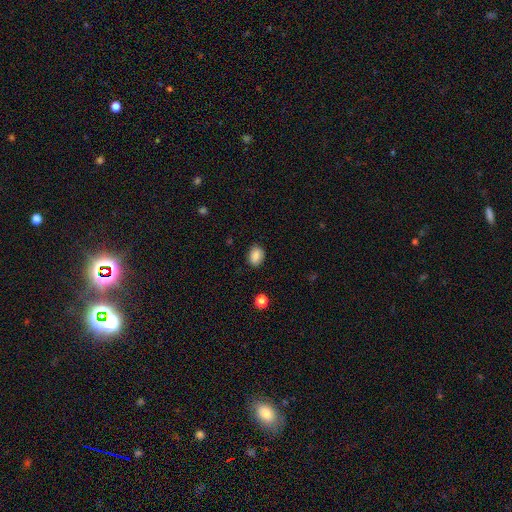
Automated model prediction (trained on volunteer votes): Smooth or featured? smooth (85%)
How rounded? in between (70%)
Merging? none (84%)